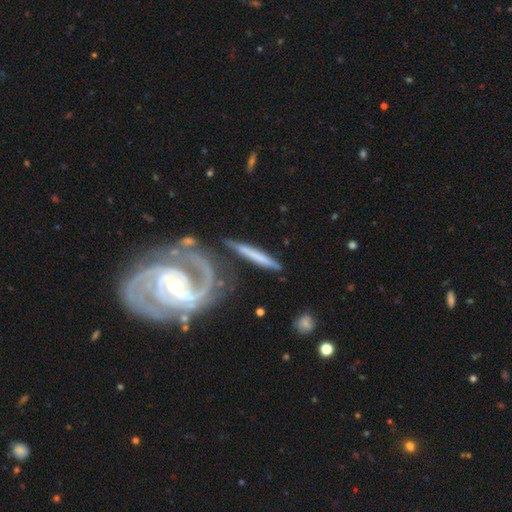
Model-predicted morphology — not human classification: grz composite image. It shows a featured or disk galaxy (60%) viewed edge-on (54%). Merging: none (66%).